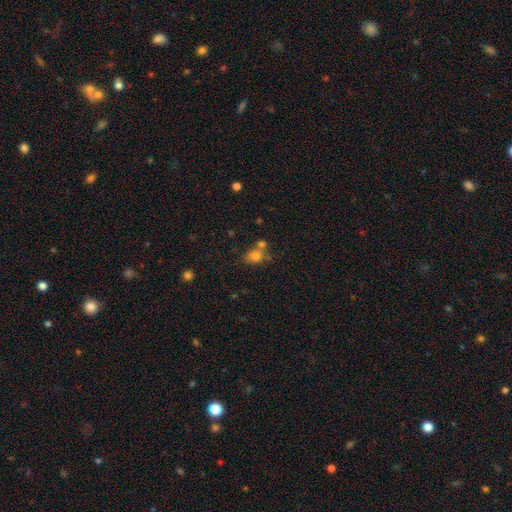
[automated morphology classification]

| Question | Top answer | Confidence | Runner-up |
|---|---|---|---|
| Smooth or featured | smooth | 77% | star or artifact (13%) |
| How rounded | in between | 51% | round (48%) |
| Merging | none | 46% | merger (34%) |